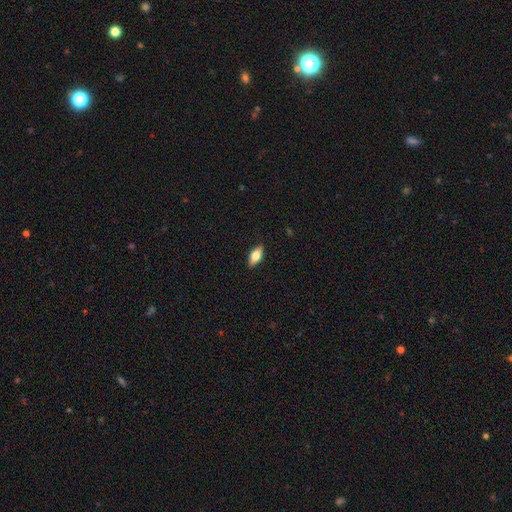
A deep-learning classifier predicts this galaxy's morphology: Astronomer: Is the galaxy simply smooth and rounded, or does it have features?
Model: smooth — 68%.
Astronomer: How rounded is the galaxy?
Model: in between — 85%.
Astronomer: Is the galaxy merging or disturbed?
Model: none — 89%.